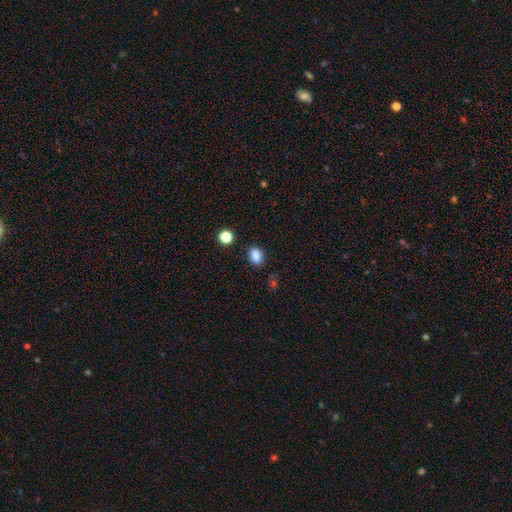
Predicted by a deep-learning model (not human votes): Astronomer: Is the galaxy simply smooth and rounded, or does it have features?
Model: smooth — 86%.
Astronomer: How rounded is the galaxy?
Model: in between — 73%.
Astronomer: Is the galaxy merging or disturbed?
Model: none — 82%.